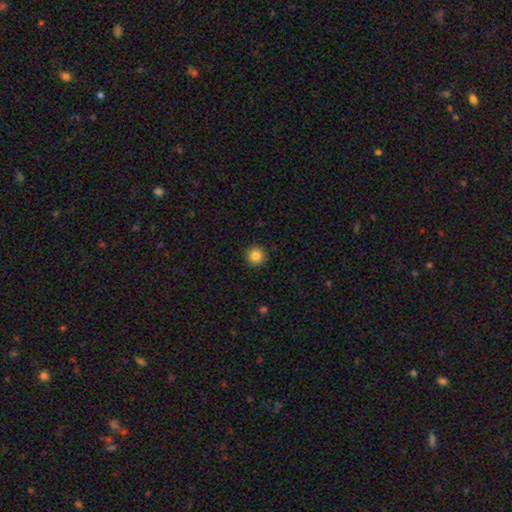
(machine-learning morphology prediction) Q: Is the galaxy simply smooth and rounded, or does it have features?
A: smooth — 84%.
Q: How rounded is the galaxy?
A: round — 95%.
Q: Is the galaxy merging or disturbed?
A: none — 93%.